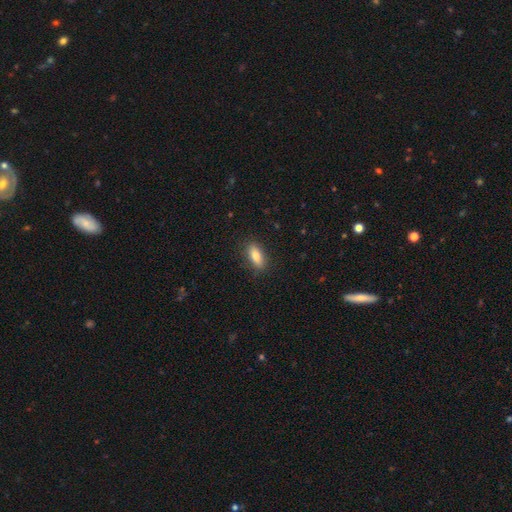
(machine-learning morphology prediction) smooth 79%, featured or disk 14%, star or artifact 7%. Down the decision tree: how rounded — in between (74%); merging — none (86%).